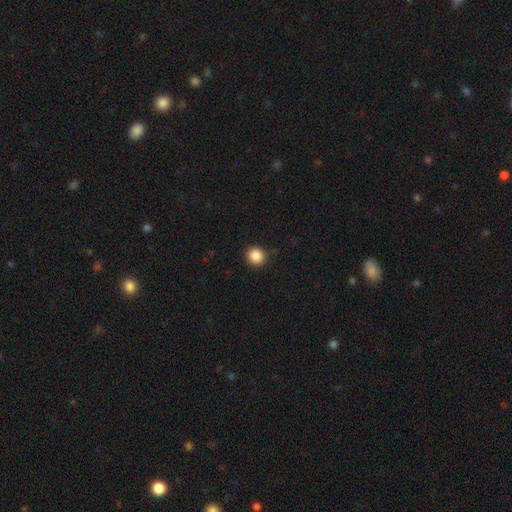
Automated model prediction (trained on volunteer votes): smooth-or-featured: smooth: 87% | star or artifact: 10% | featured or disk: 3%
  how-rounded: round: 89% | in between: 10% | cigar-shaped: 1%
  merging: none: 89% | minor disturbance: 8% | major disturbance: 2% | merger: 1%